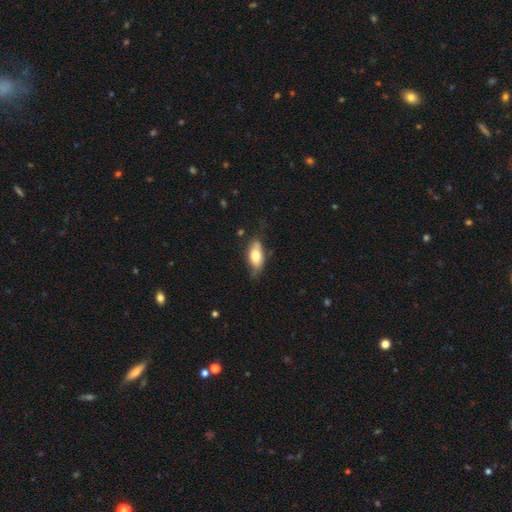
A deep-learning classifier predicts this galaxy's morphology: Smooth or featured? Predicted: smooth (p=0.68). How rounded? Predicted: in between (p=0.86). Merging? Predicted: none (p=0.61).